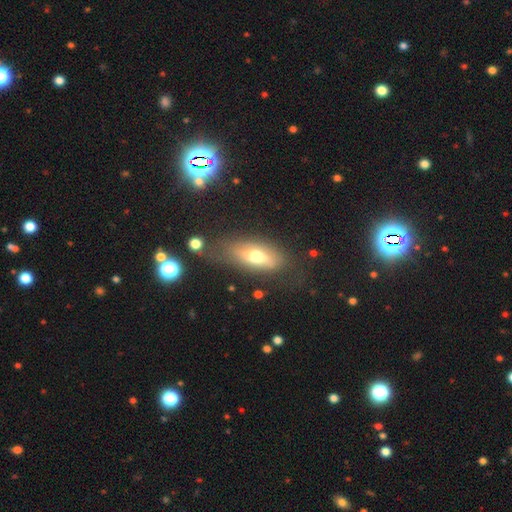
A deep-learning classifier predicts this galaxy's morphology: smooth_or_featured: smooth (p=0.60) [alt: featured or disk p=0.31]
how_rounded: in between (p=0.78) [alt: cigar-shaped p=0.17]
merging: none (p=0.59) [alt: minor disturbance p=0.23]